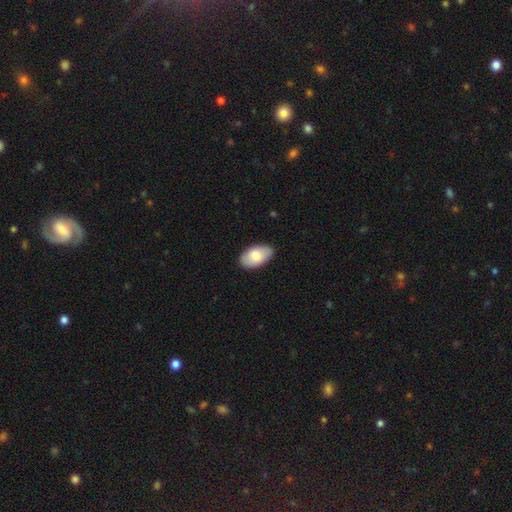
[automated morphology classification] smooth_or_featured: smooth (p=0.79) [alt: featured or disk p=0.16]
how_rounded: in between (p=0.95) [alt: round p=0.03]
merging: none (p=0.87) [alt: minor disturbance p=0.11]